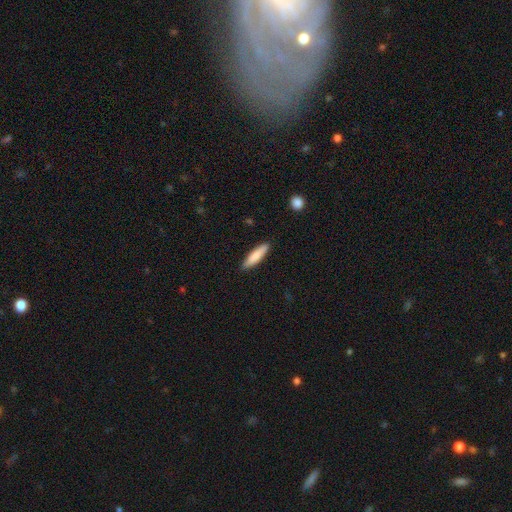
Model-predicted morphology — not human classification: A smooth galaxy with no disk features (81%) that is cigar-shaped (75%). Merging: none (88%).